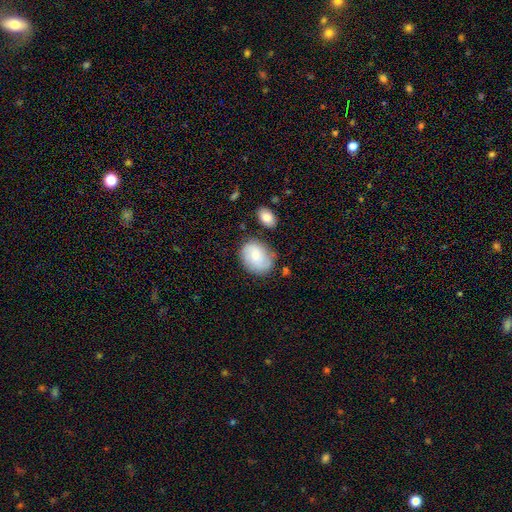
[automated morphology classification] A smooth galaxy with no disk features (50%).

Vote fractions:
- Smooth or featured? smooth: 50% / featured or disk: 43% / star or artifact: 7%
- Merging? none: 72% / minor disturbance: 18% / major disturbance: 5% / merger: 5%